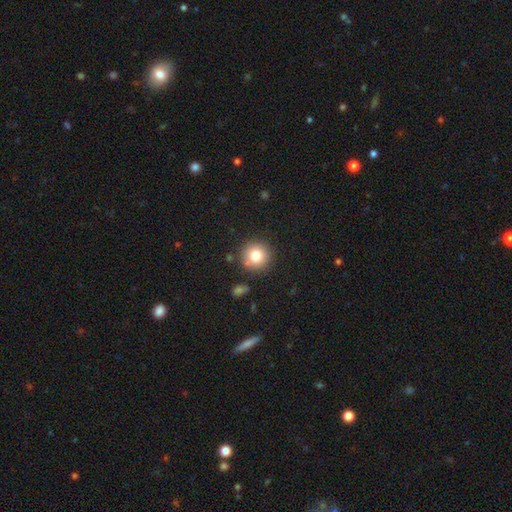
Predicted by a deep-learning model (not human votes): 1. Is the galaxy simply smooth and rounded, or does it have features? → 80% smooth, 11% star or artifact, 9% featured or disk.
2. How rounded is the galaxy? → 94% round, 5% in between, 1% cigar-shaped.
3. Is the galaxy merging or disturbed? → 86% none, 8% minor disturbance, 3% merger, 3% major disturbance.